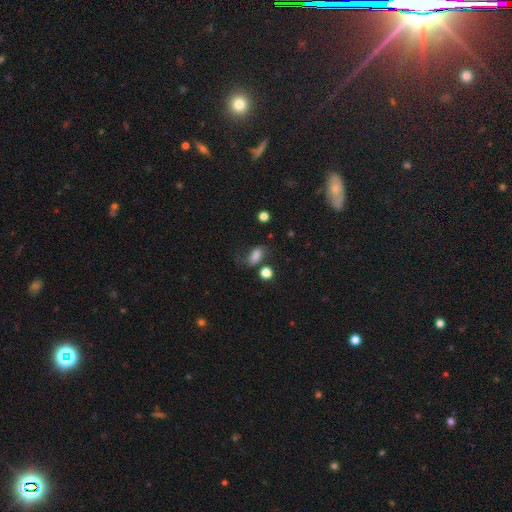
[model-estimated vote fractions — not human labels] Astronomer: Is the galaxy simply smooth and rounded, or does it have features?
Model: smooth — 69%.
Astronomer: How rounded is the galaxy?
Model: in between — 83%.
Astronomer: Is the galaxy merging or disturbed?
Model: none — 52%.